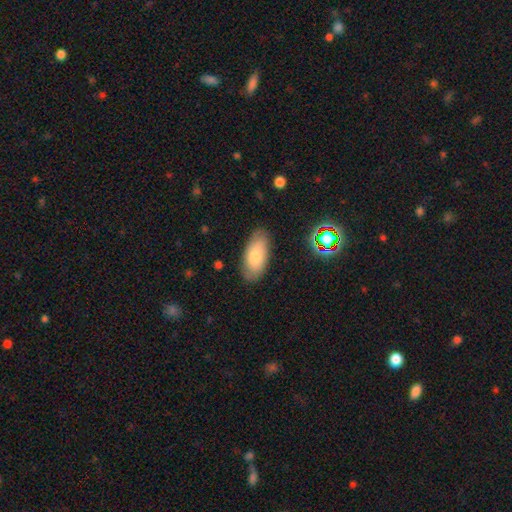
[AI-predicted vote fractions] Smooth or featured: smooth — 75% (featured or disk — 18%)
How rounded: in between — 92% (cigar-shaped — 6%)
Merging: none — 82% (minor disturbance — 13%)